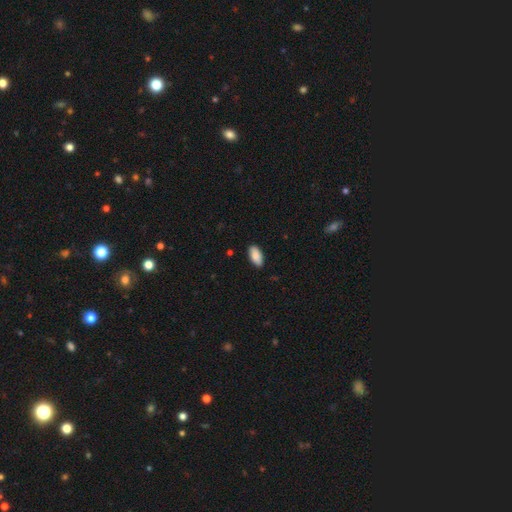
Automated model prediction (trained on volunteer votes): A smooth galaxy with no disk features (89%) that is in between round and cigar-shaped (93%).

Vote fractions:
- Smooth or featured? smooth: 89% / star or artifact: 6% / featured or disk: 5%
- How rounded? in between: 93% / cigar-shaped: 5% / round: 2%
- Merging? none: 88% / minor disturbance: 10% / major disturbance: 2% / merger: 1%